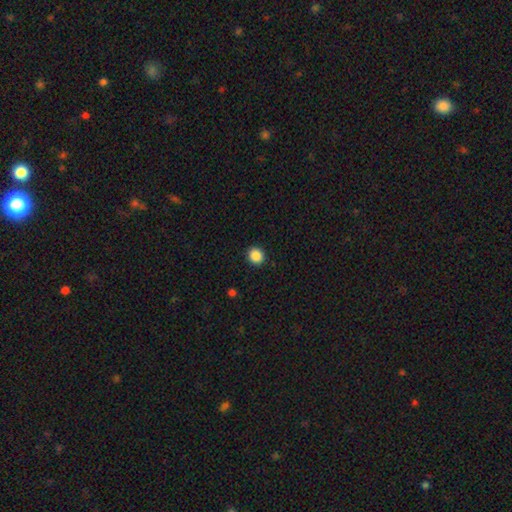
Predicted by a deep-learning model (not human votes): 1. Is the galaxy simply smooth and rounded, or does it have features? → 87% smooth, 10% star or artifact, 3% featured or disk.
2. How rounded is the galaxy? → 82% round, 17% in between, 1% cigar-shaped.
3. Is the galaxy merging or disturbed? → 91% none, 6% minor disturbance, 2% major disturbance, 1% merger.